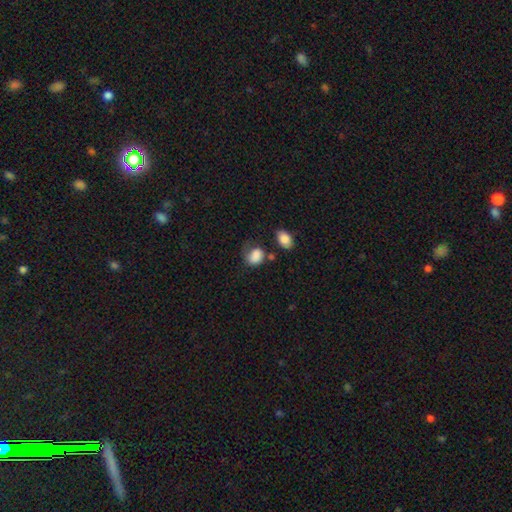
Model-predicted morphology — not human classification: type=smooth (80%); roundness=in between (55%); merging=none (37%).